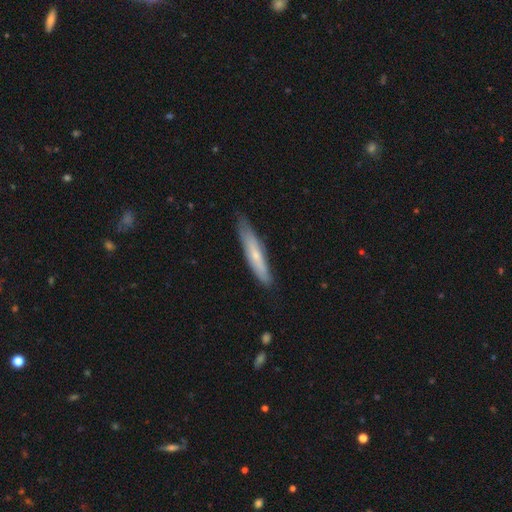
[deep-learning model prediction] smooth_or_featured: smooth (p=0.54) [alt: featured or disk p=0.40]
how_rounded: cigar-shaped (p=0.89) [alt: in between p=0.10]
merging: none (p=0.78) [alt: minor disturbance p=0.18]